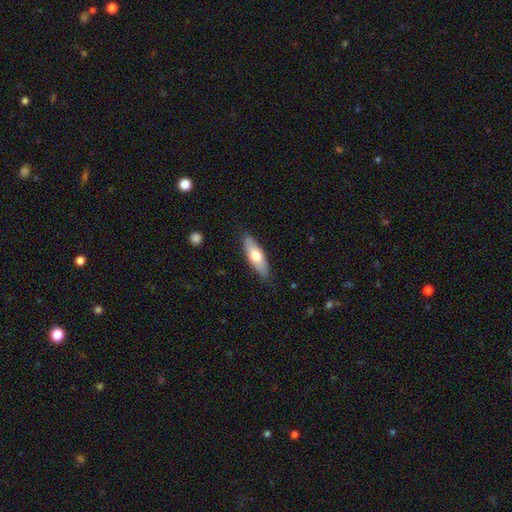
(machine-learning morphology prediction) smooth_or_featured: smooth (p=0.64) [alt: featured or disk p=0.31]
how_rounded: in between (p=0.52) [alt: cigar-shaped p=0.45]
merging: none (p=0.86) [alt: minor disturbance p=0.11]